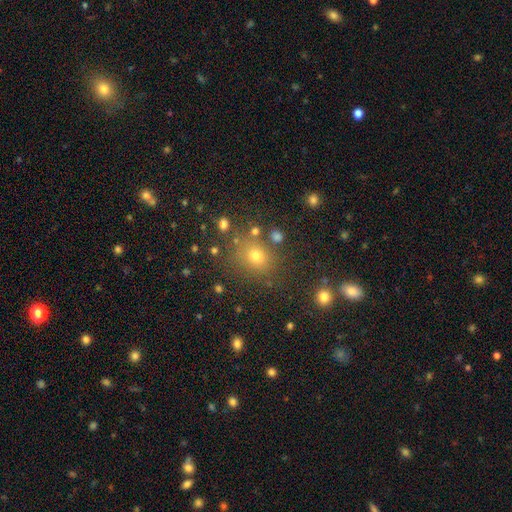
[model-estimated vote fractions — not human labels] Smooth or featured: smooth — 69% (star or artifact — 22%)
How rounded: round — 76% (in between — 23%)
Merging: none — 77% (minor disturbance — 11%)